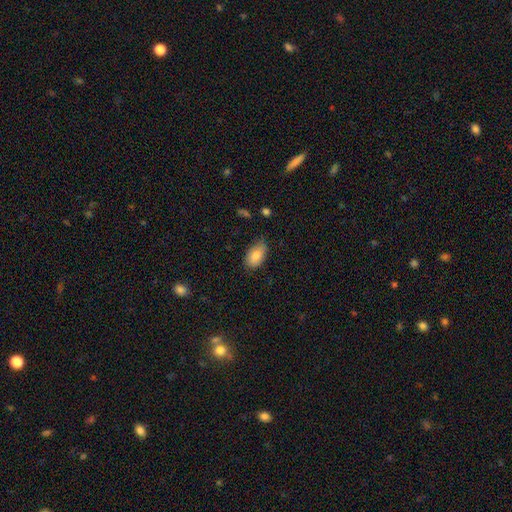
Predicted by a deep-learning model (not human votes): smooth_or_featured: smooth (p=0.85) [alt: featured or disk p=0.08]
how_rounded: in between (p=0.93) [alt: round p=0.05]
merging: none (p=0.72) [alt: minor disturbance p=0.23]